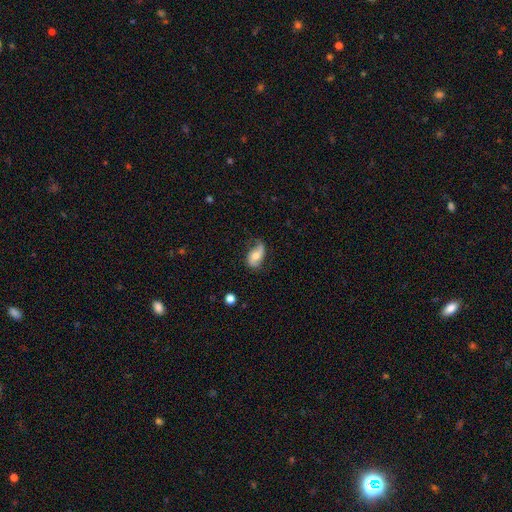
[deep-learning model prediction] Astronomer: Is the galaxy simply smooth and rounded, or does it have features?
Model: featured or disk — 50% (runner-up: smooth, 43%).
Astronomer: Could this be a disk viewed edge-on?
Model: no — 94%.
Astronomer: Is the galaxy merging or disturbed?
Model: none — 53% (runner-up: minor disturbance, 32%).